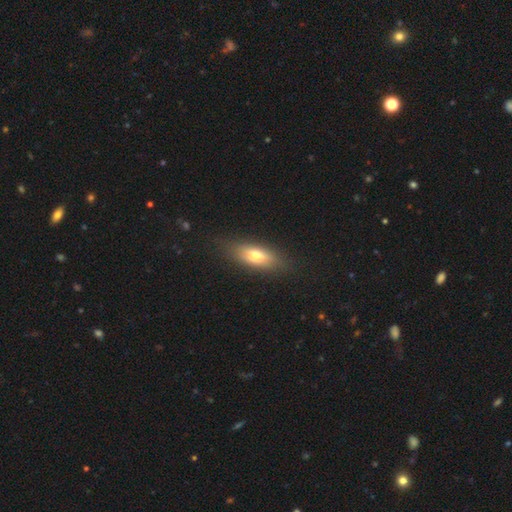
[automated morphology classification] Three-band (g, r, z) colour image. It shows a smooth galaxy with no disk features (67%) that is in between round and cigar-shaped (68%). Merging: none (81%).